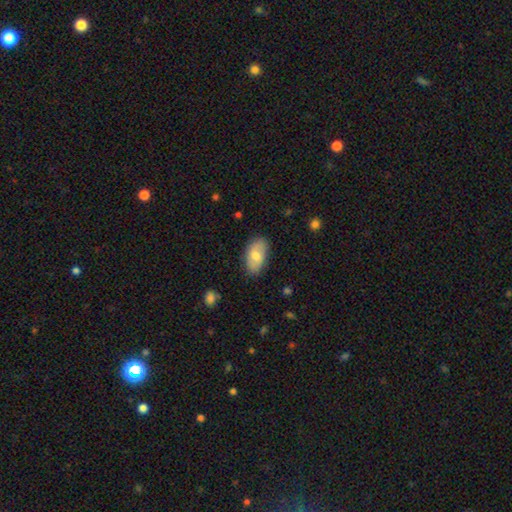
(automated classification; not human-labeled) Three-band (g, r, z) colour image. It shows a smooth galaxy with no disk features (70%) that is in between round and cigar-shaped (94%). Merging: none (83%).